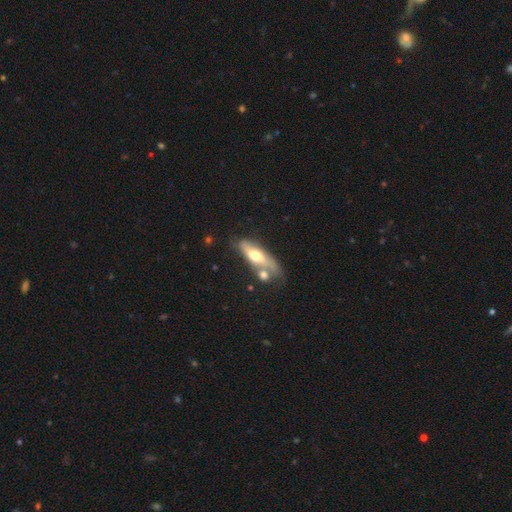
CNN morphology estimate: Overall: featured or disk (49%; smooth 45%). Merging: none (47%; merger 25%).